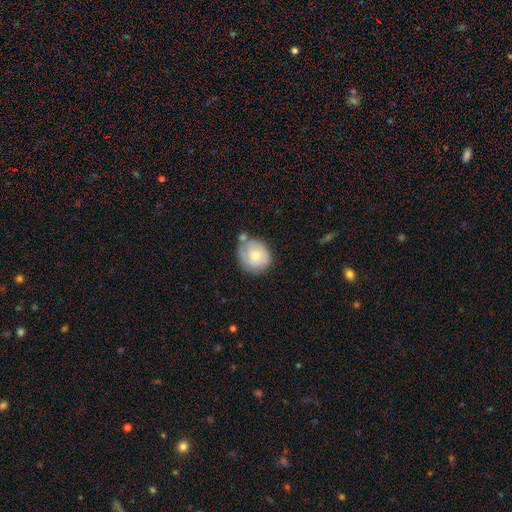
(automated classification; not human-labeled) Morphology: type=smooth (60%); roundness=round (77%); merging=none (52%).